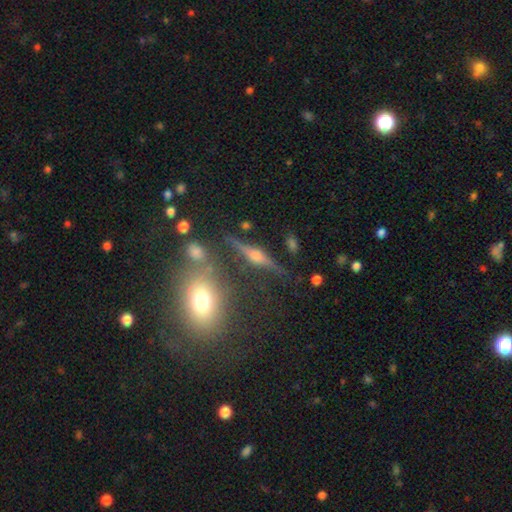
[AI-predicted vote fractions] Smooth or featured? featured or disk (77%)
Edge-on disk? yes (95%)
Edge-on bulge? rounded (92%)
Merging? none (82%)